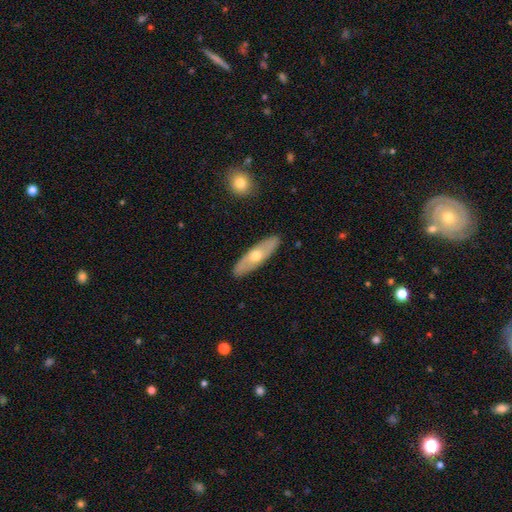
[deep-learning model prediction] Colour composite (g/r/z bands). It shows a featured or disk galaxy (50%). Merging: none (89%).